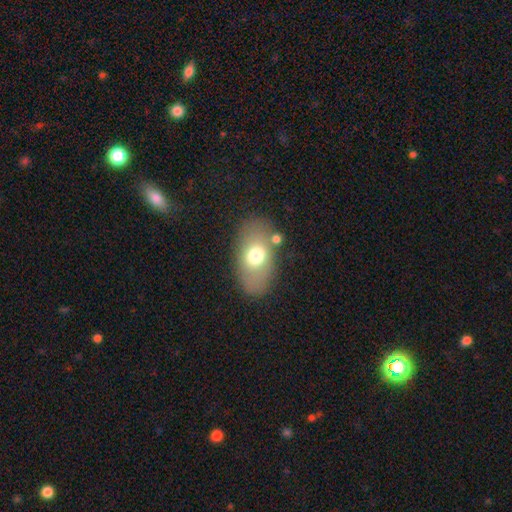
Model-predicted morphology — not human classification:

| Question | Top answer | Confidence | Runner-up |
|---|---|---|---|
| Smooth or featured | smooth | 68% | featured or disk (23%) |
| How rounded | in between | 87% | round (11%) |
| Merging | none | 75% | minor disturbance (13%) |